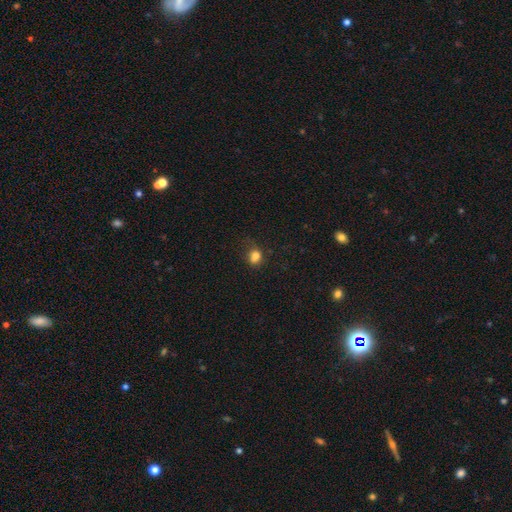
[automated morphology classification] smooth-or-featured: smooth: 78% | star or artifact: 14% | featured or disk: 8%
  how-rounded: round: 57% | in between: 42% | cigar-shaped: 1%
  merging: none: 55% | minor disturbance: 25% | major disturbance: 10% | merger: 10%